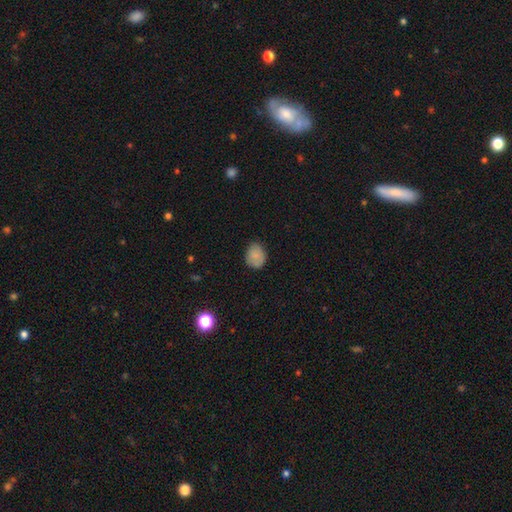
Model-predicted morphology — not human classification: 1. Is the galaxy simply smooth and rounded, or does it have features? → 82% smooth, 10% star or artifact, 8% featured or disk.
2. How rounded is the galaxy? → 51% in between, 48% round, 1% cigar-shaped.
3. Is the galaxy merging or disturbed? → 77% none, 18% minor disturbance, 3% major disturbance, 1% merger.